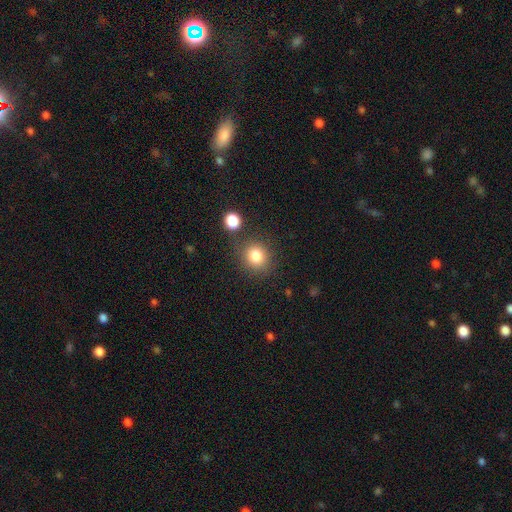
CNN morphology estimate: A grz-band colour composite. It shows a smooth galaxy with no disk features (82%) that is round (82%). Merging: none (77%).